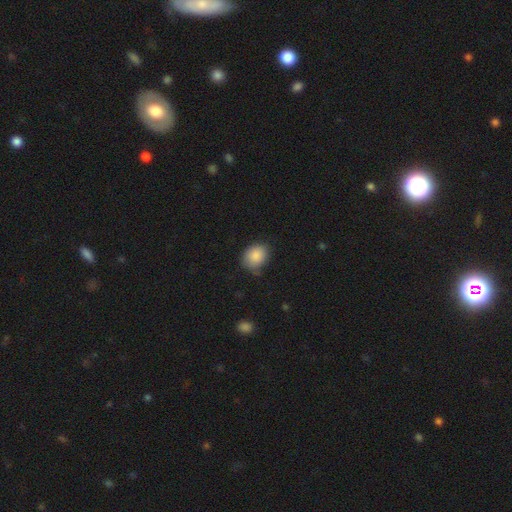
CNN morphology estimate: smooth_or_featured: smooth (p=0.87) [alt: star or artifact p=0.08]
how_rounded: in between (p=0.50) [alt: round p=0.49]
merging: none (p=0.64) [alt: minor disturbance p=0.28]